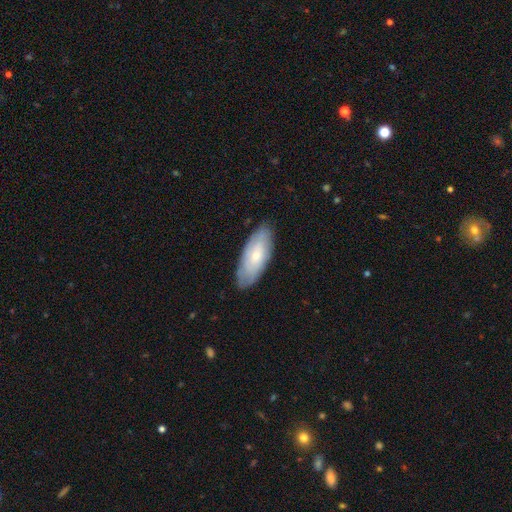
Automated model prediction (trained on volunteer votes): smooth-or-featured: smooth: 54% | featured or disk: 40% | star or artifact: 6%
  how-rounded: in between: 81% | cigar-shaped: 17% | round: 2%
  merging: none: 83% | minor disturbance: 14% | major disturbance: 3% | merger: 1%